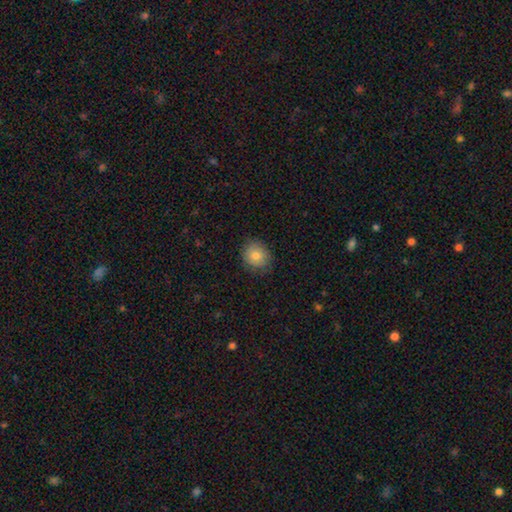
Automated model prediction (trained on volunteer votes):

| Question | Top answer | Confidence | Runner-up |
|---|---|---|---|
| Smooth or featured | smooth | 81% | featured or disk (11%) |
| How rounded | round | 70% | in between (29%) |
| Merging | none | 82% | minor disturbance (14%) |